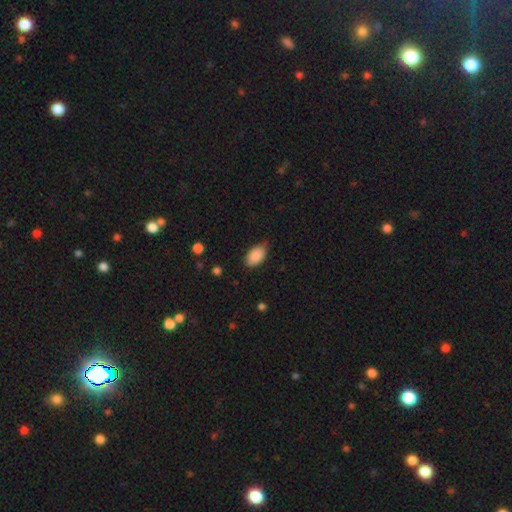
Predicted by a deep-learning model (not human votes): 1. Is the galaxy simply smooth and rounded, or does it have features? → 88% smooth, 7% star or artifact, 5% featured or disk.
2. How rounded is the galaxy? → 93% in between, 5% round, 2% cigar-shaped.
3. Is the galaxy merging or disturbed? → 73% none, 23% minor disturbance, 3% major disturbance, 1% merger.